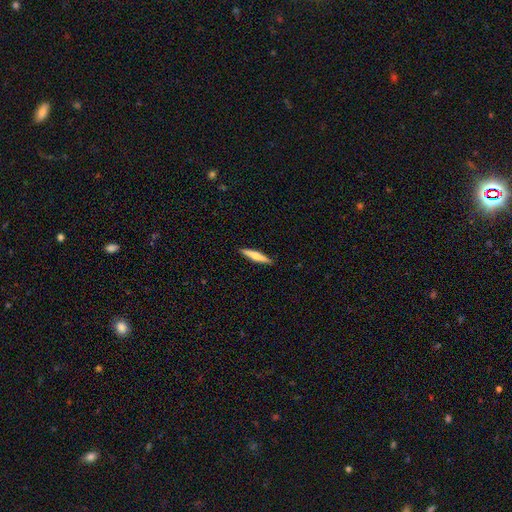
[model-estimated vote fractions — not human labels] Smooth or featured? Predicted: smooth (p=0.62). How rounded? Predicted: cigar-shaped (p=0.90). Merging? Predicted: none (p=0.90).